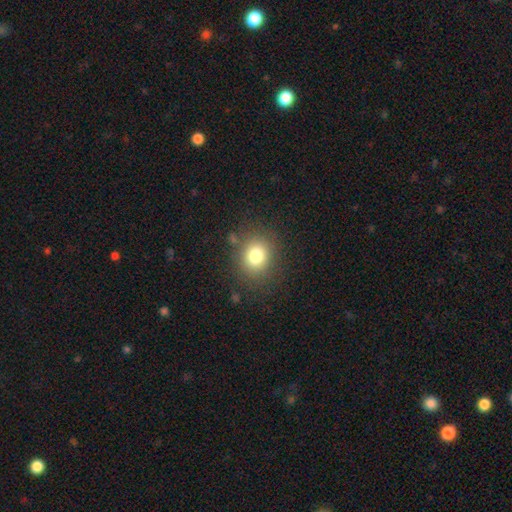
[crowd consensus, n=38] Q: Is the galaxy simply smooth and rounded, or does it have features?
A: smooth — 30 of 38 (79%).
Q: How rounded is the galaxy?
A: round — 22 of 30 (73%).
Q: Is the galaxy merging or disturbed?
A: none — 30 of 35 (86%).